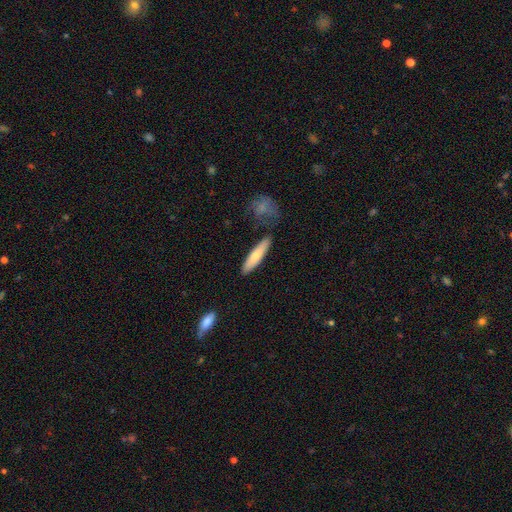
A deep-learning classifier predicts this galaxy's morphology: Overall: smooth (71%). How rounded: cigar-shaped (77%). Merging: none (83%).